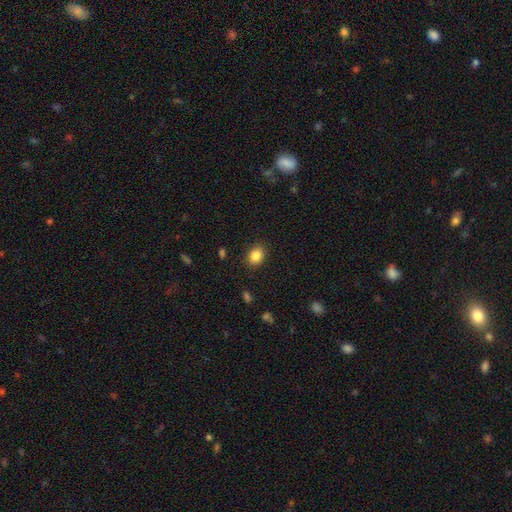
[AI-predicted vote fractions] A smooth galaxy with no disk features (86%) that is in between round and cigar-shaped (61%). Merging: none (88%).